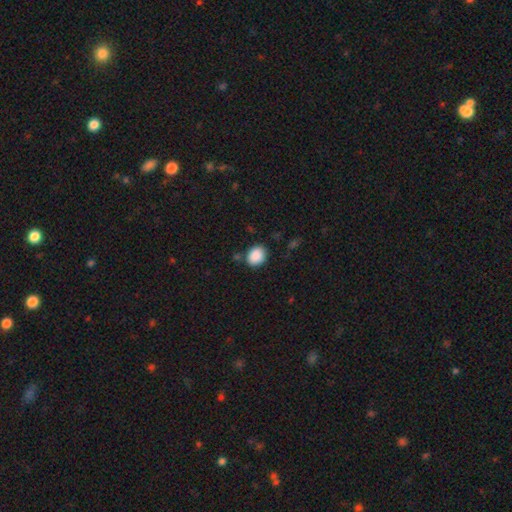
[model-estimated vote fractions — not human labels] A smooth galaxy with no disk features (89%) that is in between round and cigar-shaped (51%). Merging: none (79%).